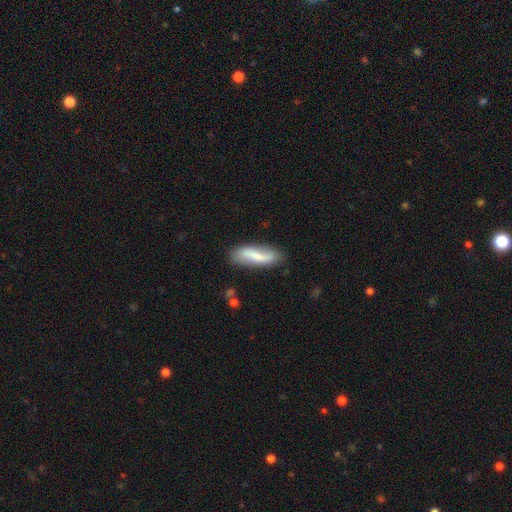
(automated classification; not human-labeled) Q: Smooth or featured?
A: smooth (58%); runner-up: featured or disk (35%)
Q: How rounded?
A: in between (50%); runner-up: cigar-shaped (47%)
Q: Merging?
A: none (74%); runner-up: minor disturbance (18%)